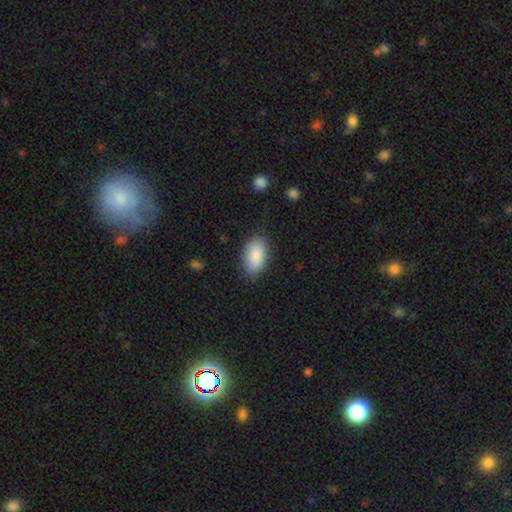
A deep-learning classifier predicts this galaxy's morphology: Overall: smooth (88%). How rounded: in between (93%). Merging: none (83%).